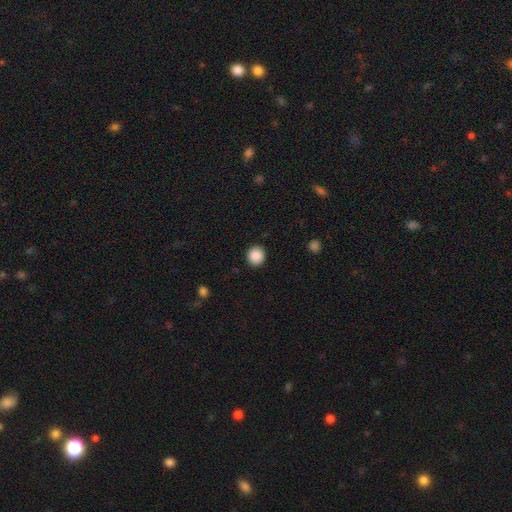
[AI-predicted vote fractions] Smooth or featured? Predicted: smooth (p=0.88). How rounded? Predicted: round (p=0.88). Merging? Predicted: none (p=0.91).